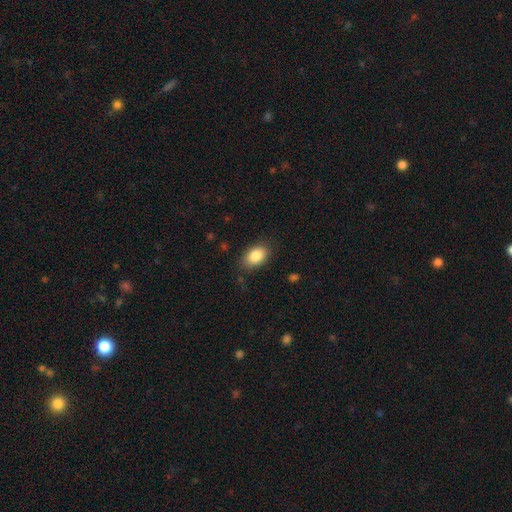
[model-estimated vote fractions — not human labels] Overall: smooth (85%). How rounded: in between (89%). Merging: none (81%).